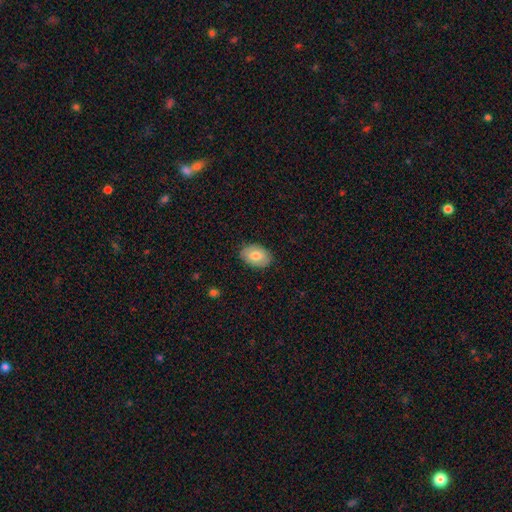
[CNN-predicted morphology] Smooth or featured: smooth — 79% (featured or disk — 15%)
How rounded: in between — 87% (round — 12%)
Merging: none — 88% (minor disturbance — 10%)